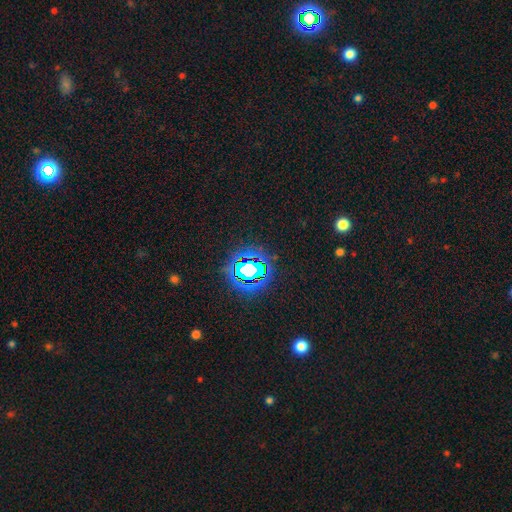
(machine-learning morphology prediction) A star or artifact, not a galaxy (80%).